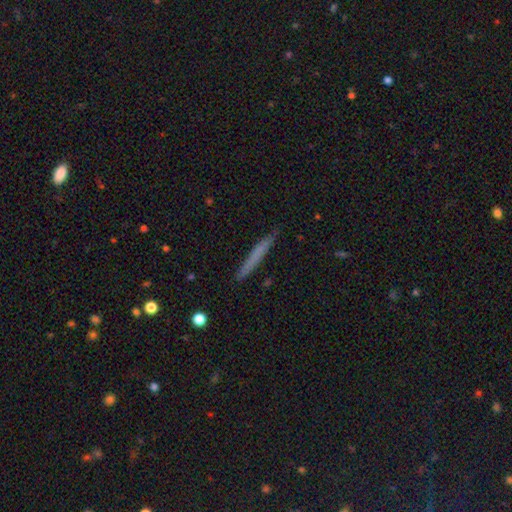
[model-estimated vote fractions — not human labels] A smooth galaxy with no disk features (63%) that is cigar-shaped (97%). Merging: none (90%).